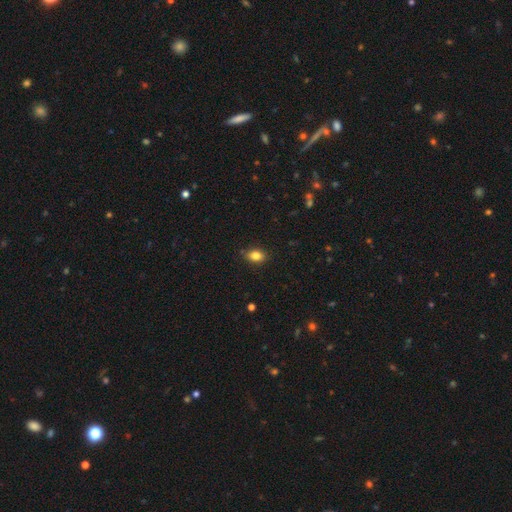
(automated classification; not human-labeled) Overall: smooth (83%). How rounded: in between (77%). Merging: none (81%).